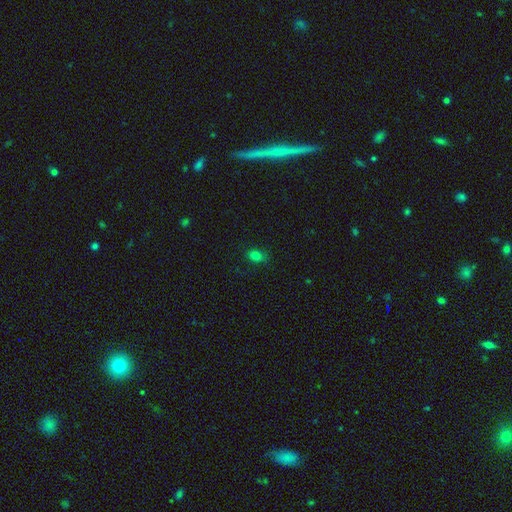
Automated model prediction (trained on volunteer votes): A smooth galaxy with no disk features (79%) that is in between round and cigar-shaped (71%).

Vote fractions:
- Smooth or featured? smooth: 79% / star or artifact: 16% / featured or disk: 5%
- How rounded? in between: 71% / round: 27% / cigar-shaped: 2%
- Merging? none: 77% / minor disturbance: 17% / major disturbance: 4% / merger: 1%